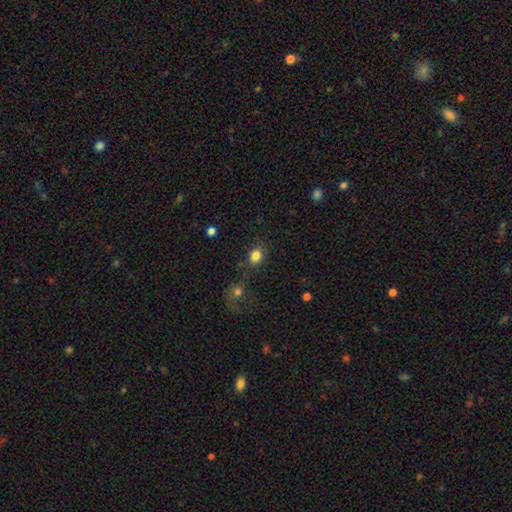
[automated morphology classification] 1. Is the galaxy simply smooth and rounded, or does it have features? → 83% smooth, 12% star or artifact, 6% featured or disk.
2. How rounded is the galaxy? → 65% round, 34% in between, 1% cigar-shaped.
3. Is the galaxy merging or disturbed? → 73% none, 12% minor disturbance, 10% merger, 5% major disturbance.